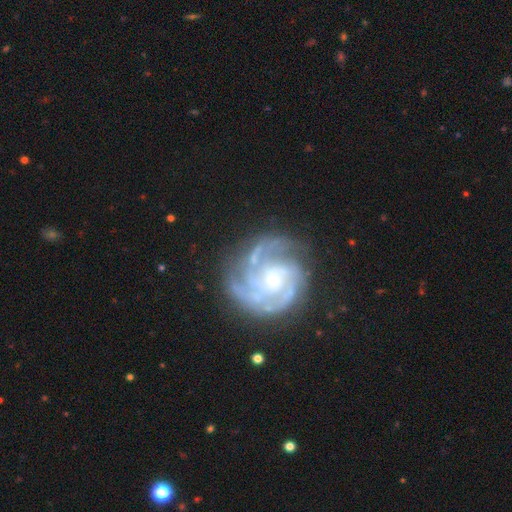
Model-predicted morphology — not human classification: featured or disk 89%, star or artifact 6%, smooth 5%. Down the decision tree: edge-on disk — no (98%); bar — no (66%); spiral arms — yes (98%); spiral arm count — 3 (40%); spiral winding — tight (63%); bulge size — small (61%); merging — none (73%).